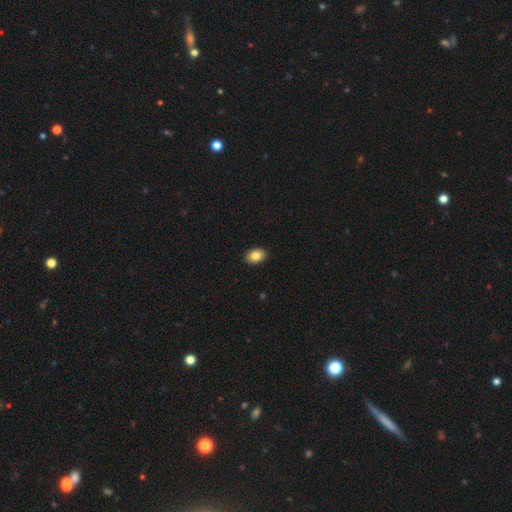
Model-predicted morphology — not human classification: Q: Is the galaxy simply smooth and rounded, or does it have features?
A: smooth — 85%.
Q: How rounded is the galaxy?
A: in between — 77%.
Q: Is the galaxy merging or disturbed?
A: none — 91%.